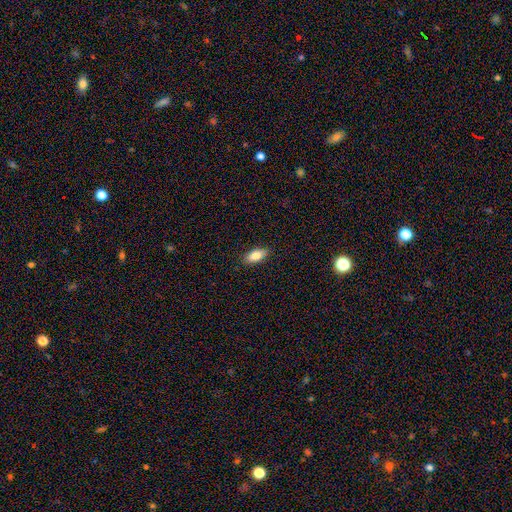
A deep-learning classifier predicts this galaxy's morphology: Q: Smooth or featured?
A: smooth (82%); runner-up: featured or disk (12%)
Q: How rounded?
A: in between (84%); runner-up: cigar-shaped (13%)
Q: Merging?
A: none (88%); runner-up: minor disturbance (9%)